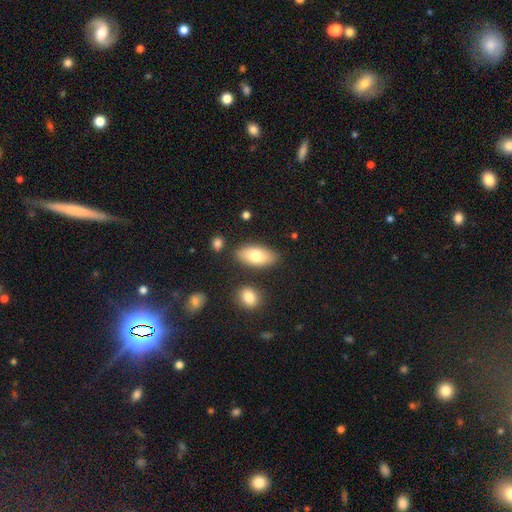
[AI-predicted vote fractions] This appears to be a smooth galaxy with no disk features (78%) that is in between round and cigar-shaped (91%). Merging: none (82%).